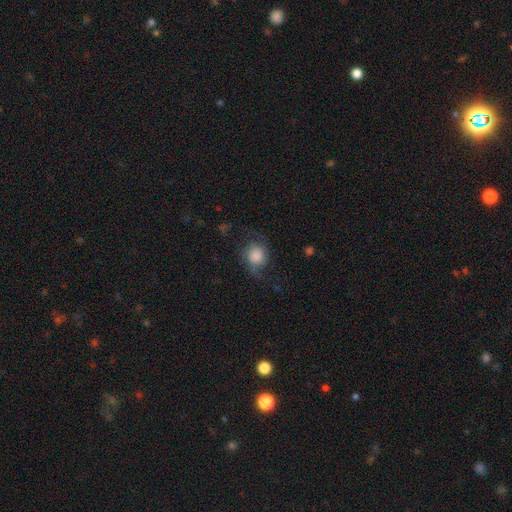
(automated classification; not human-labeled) A smooth galaxy with no disk features (47%). Merging: none (61%).